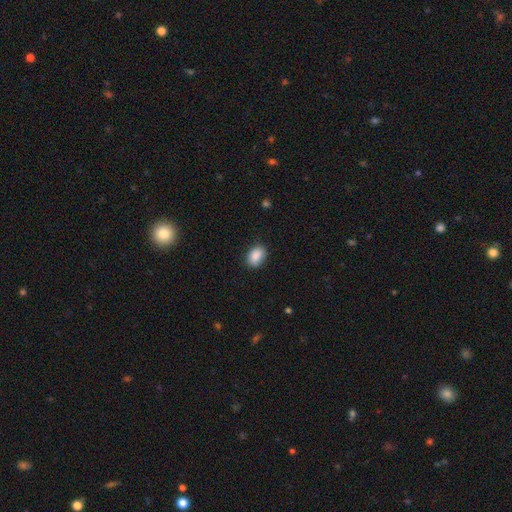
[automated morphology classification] The model was most divided on "how rounded": in between: 80%, round: 18%, cigar-shaped: 1%. More confident: smooth or featured — smooth (88%); merging — none (85%).